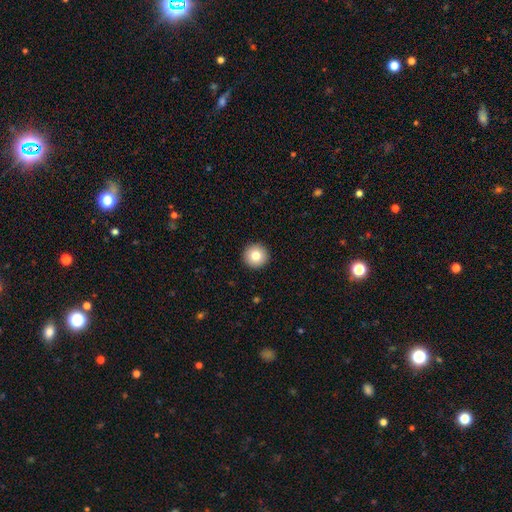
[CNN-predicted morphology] Smooth or featured: smooth — 81% (featured or disk — 10%)
How rounded: round — 97% (in between — 2%)
Merging: none — 94% (minor disturbance — 4%)